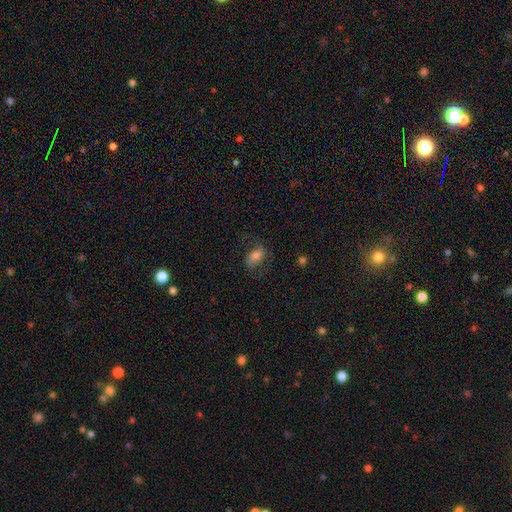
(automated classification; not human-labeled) Smooth or featured: smooth — 58% (featured or disk — 32%)
How rounded: in between — 84% (round — 14%)
Merging: none — 64% (minor disturbance — 20%)